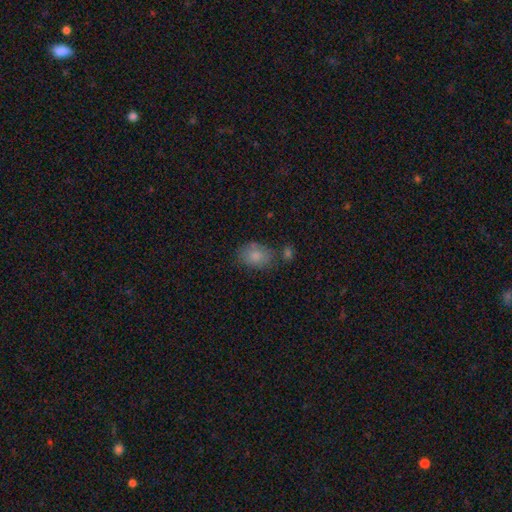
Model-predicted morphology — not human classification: Smooth or featured? Predicted: smooth (p=0.82). How rounded? Predicted: in between (p=0.74). Merging? Predicted: none (p=0.64).